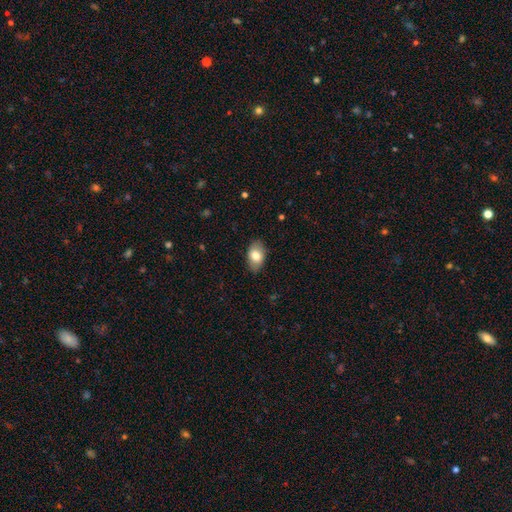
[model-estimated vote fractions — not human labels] Overall: smooth (79%). How rounded: in between (91%). Merging: none (86%).